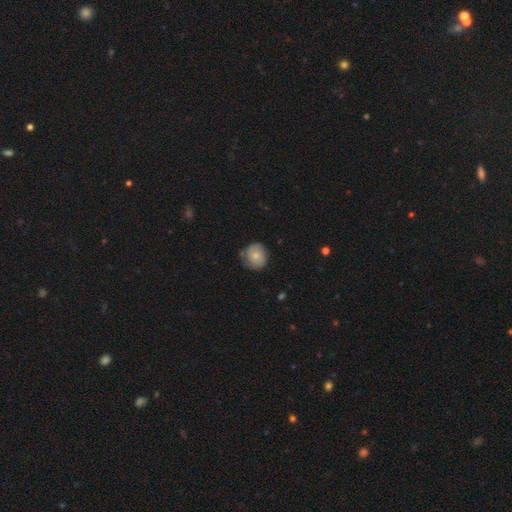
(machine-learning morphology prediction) Q: Smooth or featured?
A: smooth (69%); runner-up: featured or disk (24%)
Q: How rounded?
A: round (83%); runner-up: in between (16%)
Q: Merging?
A: none (66%); runner-up: minor disturbance (26%)